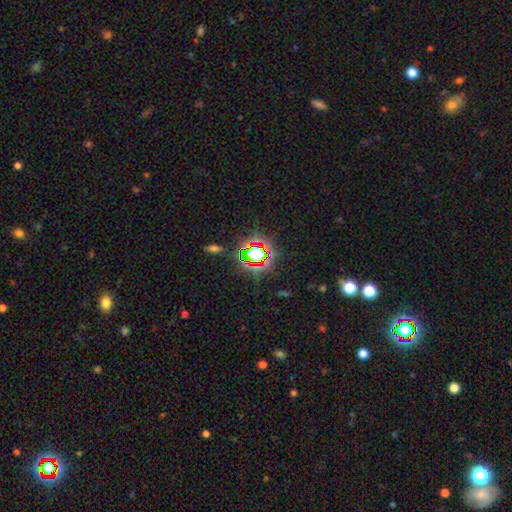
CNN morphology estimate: star or artifact 70%, smooth 19%, featured or disk 11%.